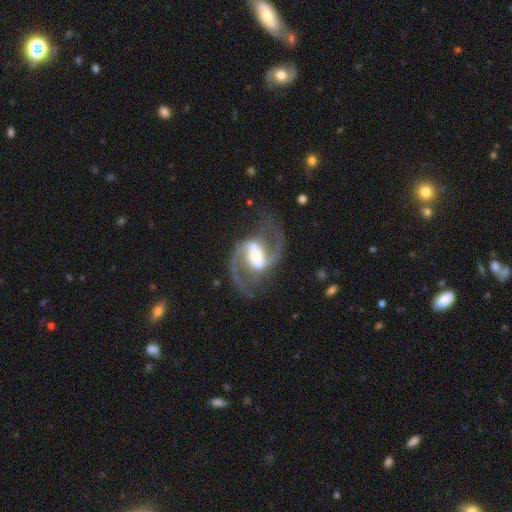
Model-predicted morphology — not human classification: type=featured or disk (92%); edge-on=no (98%); bar=strong (49%); spiral arms=yes (98%); winding=medium (60%); arm count=2 (94%); bulge=moderate (35%); merging=none (76%).